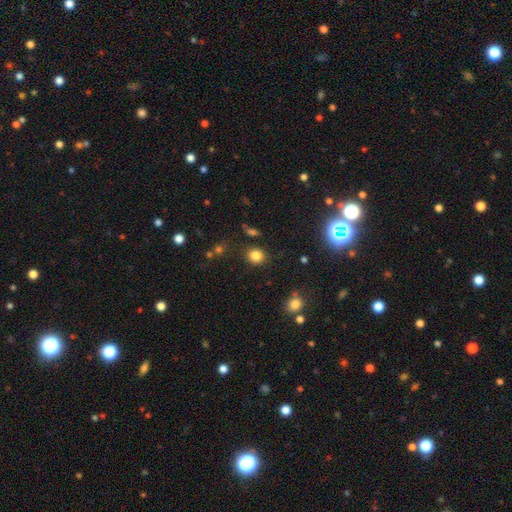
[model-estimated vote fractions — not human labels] smooth 82%, star or artifact 13%, featured or disk 5%. Down the decision tree: how rounded — round (74%); merging — none (84%).